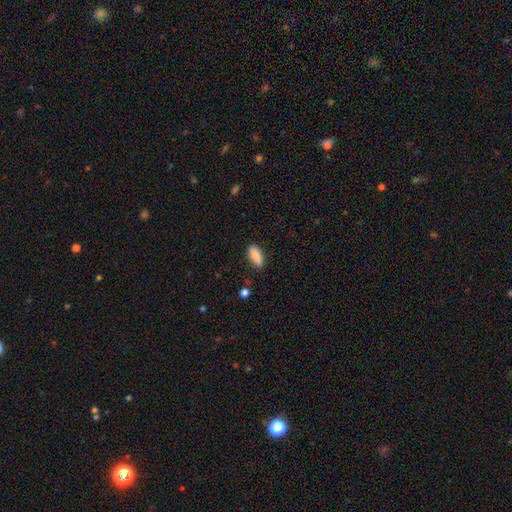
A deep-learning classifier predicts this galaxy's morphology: smooth 89%, star or artifact 7%, featured or disk 4%. Down the decision tree: how rounded — in between (77%); merging — none (86%).